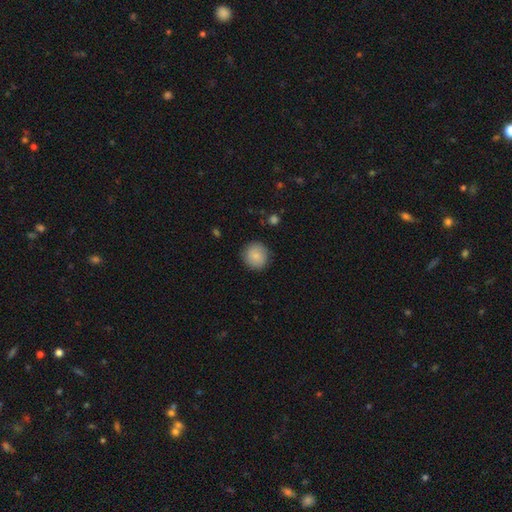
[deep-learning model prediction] This is clearly a smooth galaxy (85%). How rounded: clearly round (91%). Merging: clearly none (88%).